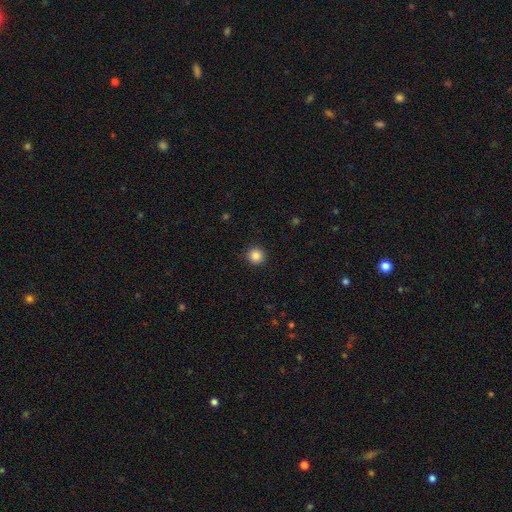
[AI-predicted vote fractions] Smooth or featured?
  - smooth: 85% *
  - star or artifact: 11%
  - featured or disk: 4%
How rounded?
  - round: 95% *
  - in between: 4%
  - cigar-shaped: 1%
Merging?
  - none: 92% *
  - minor disturbance: 5%
  - major disturbance: 2%
  - merger: 1%